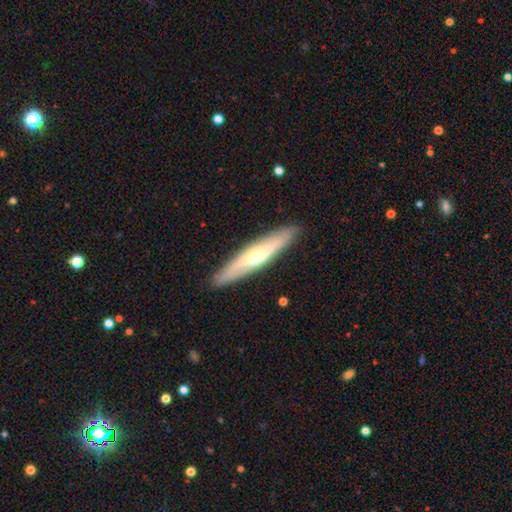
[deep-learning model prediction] Smooth or featured? featured or disk (60%)
Edge-on disk? yes (78%)
Merging? none (90%)